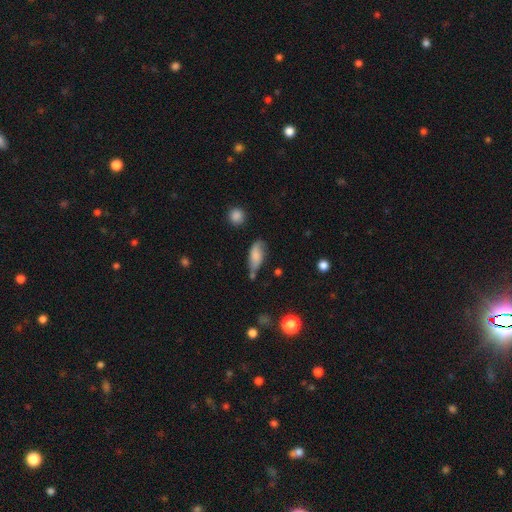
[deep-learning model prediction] smooth-or-featured: smooth: 70% | featured or disk: 22% | star or artifact: 8%
  how-rounded: in between: 80% | cigar-shaped: 16% | round: 4%
  merging: none: 51% | minor disturbance: 32% | major disturbance: 9% | merger: 8%